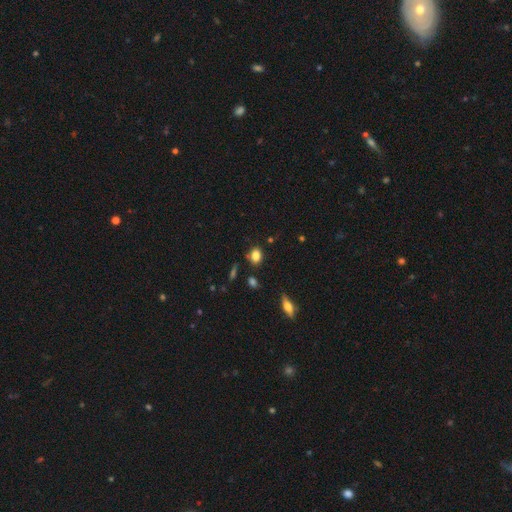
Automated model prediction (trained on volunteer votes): Smooth or featured? Predicted: smooth (p=0.82). How rounded? Predicted: in between (p=0.60). Merging? Predicted: none (p=0.75).